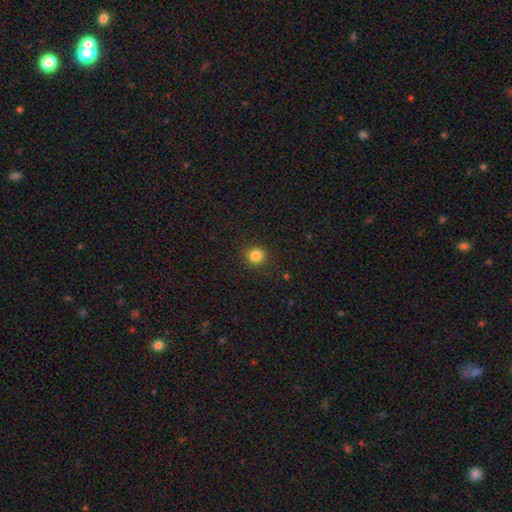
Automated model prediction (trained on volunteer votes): smooth-or-featured: smooth: 83% | star or artifact: 12% | featured or disk: 4%
  how-rounded: round: 91% | in between: 8% | cigar-shaped: 1%
  merging: none: 91% | minor disturbance: 6% | major disturbance: 2% | merger: 1%